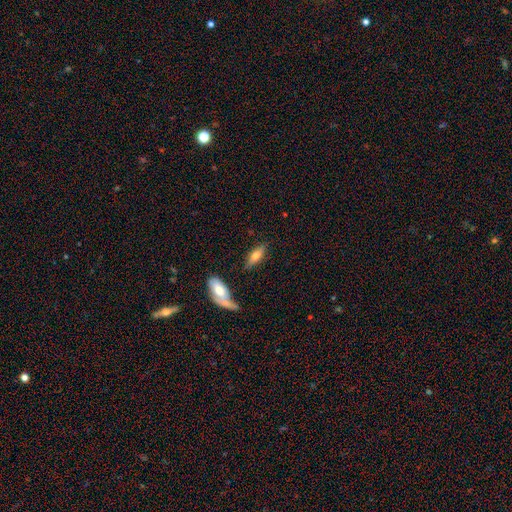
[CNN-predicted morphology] This appears to be a smooth galaxy with no disk features (55%) that is in between round and cigar-shaped (55%). Merging: none (71%).